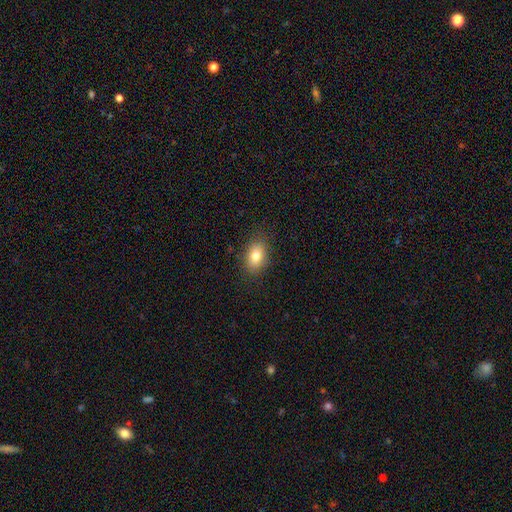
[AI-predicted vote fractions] smooth_or_featured: smooth (p=0.81) [alt: featured or disk p=0.10]
how_rounded: in between (p=0.82) [alt: round p=0.16]
merging: none (p=0.86) [alt: minor disturbance p=0.10]